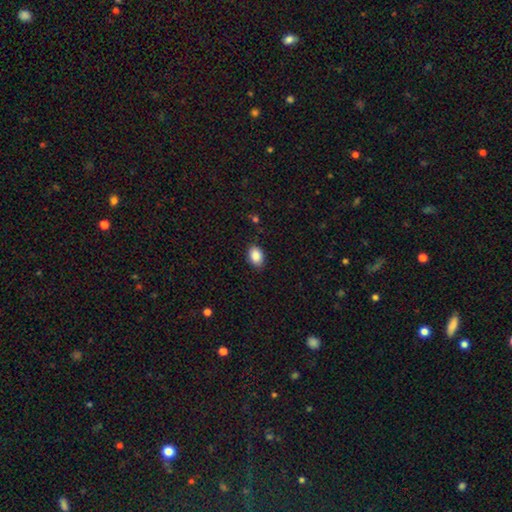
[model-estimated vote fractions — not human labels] The model was most divided on "how rounded": in between: 83%, round: 16%, cigar-shaped: 1%. More confident: smooth or featured — smooth (89%); merging — none (86%).